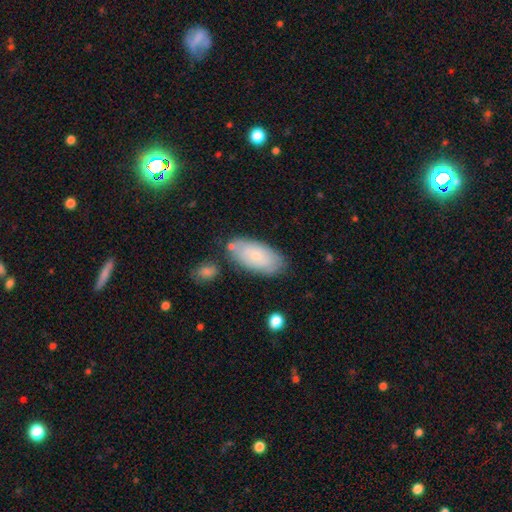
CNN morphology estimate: Smooth or featured? smooth (67%)
How rounded? in between (93%)
Merging? none (74%)